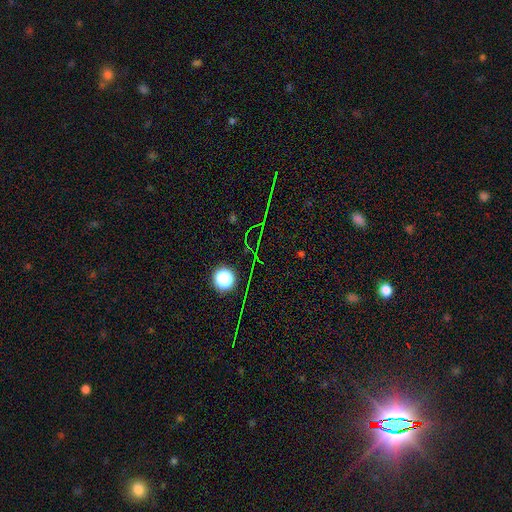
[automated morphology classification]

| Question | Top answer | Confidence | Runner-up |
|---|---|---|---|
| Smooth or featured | star or artifact | 77% | smooth (15%) |